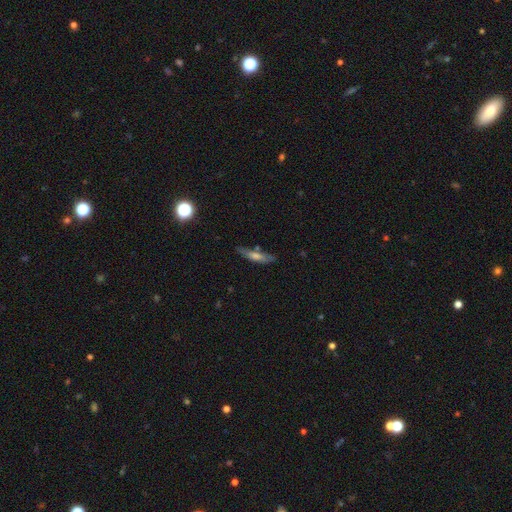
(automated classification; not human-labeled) Morphology: type=smooth (51%); roundness=cigar-shaped (79%); merging=none (73%).